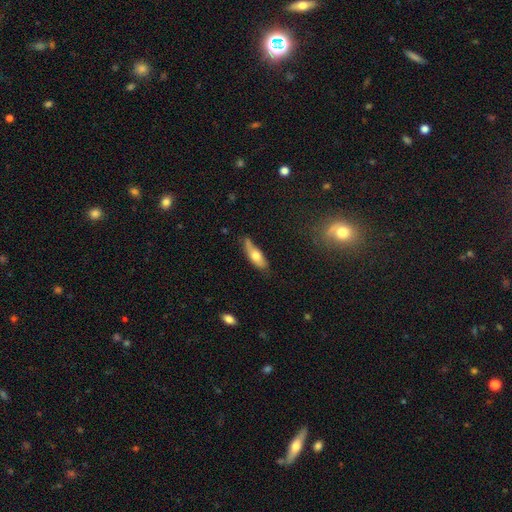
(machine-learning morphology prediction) smooth_or_featured: smooth (p=0.63) [alt: featured or disk p=0.31]
how_rounded: in between (p=0.59) [alt: cigar-shaped p=0.39]
merging: none (p=0.56) [alt: minor disturbance p=0.32]